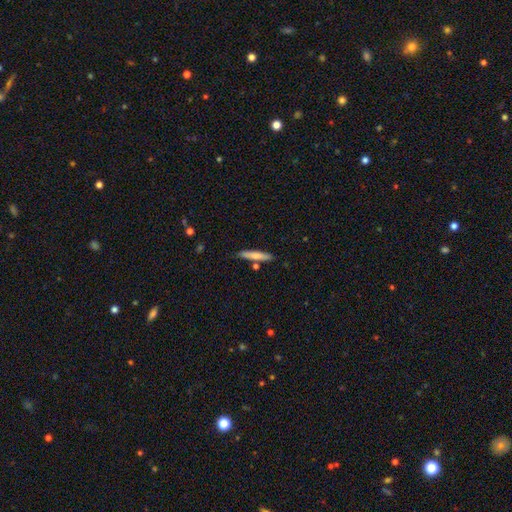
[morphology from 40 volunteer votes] type=smooth (68%); roundness=cigar-shaped (89%); merging=none (79%).